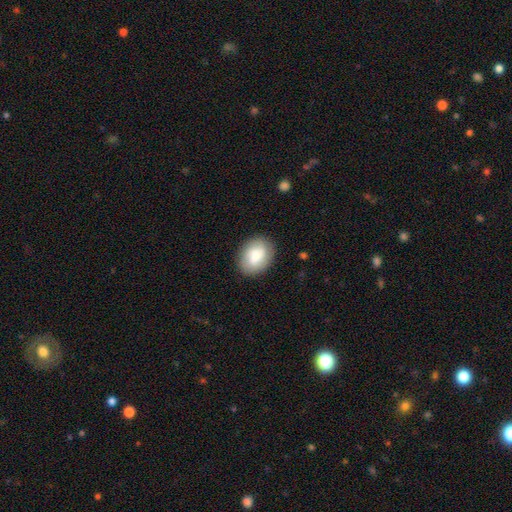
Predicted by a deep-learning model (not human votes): A smooth galaxy with no disk features (66%) that is in between round and cigar-shaped (63%). Merging: none (85%).